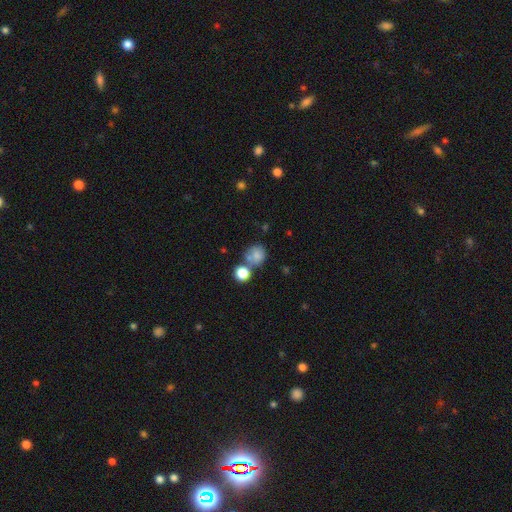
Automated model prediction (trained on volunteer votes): smooth-or-featured: smooth: 78% | star or artifact: 11% | featured or disk: 11%
  how-rounded: round: 80% | in between: 19% | cigar-shaped: 1%
  merging: none: 47% | merger: 33% | minor disturbance: 14% | major disturbance: 6%